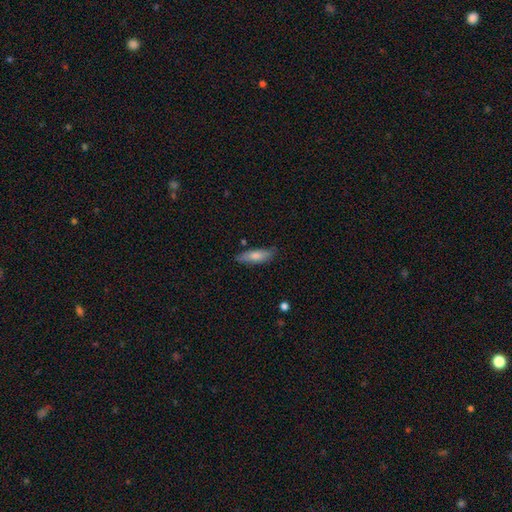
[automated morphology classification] smooth_or_featured: smooth (p=0.76) [alt: featured or disk p=0.18]
how_rounded: in between (p=0.54) [alt: cigar-shaped p=0.44]
merging: none (p=0.78) [alt: minor disturbance p=0.17]